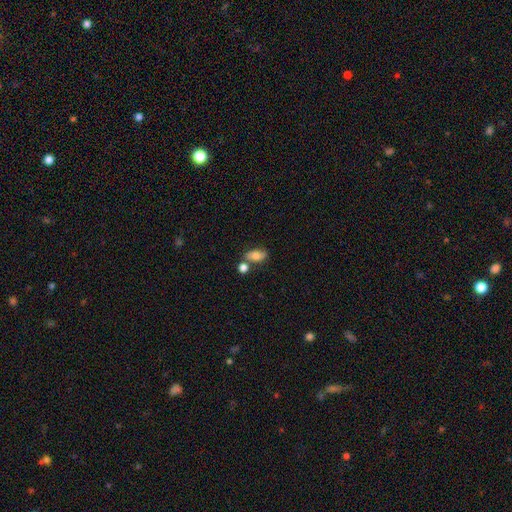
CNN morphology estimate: This is likely a smooth galaxy (66%). How rounded: clearly in between (85%). Merging: possibly none (53%).